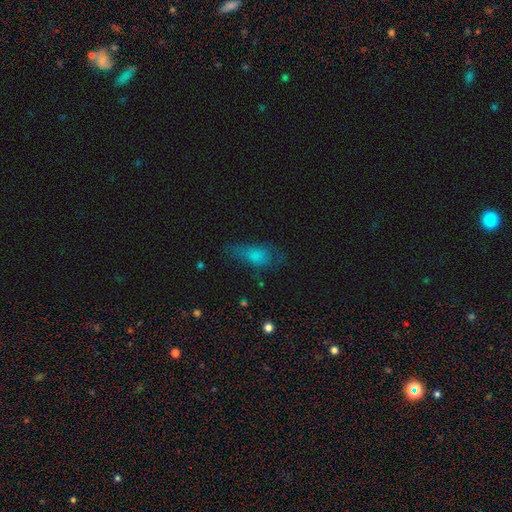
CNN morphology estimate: A smooth galaxy with no disk features (65%) that is in between round and cigar-shaped (71%). Merging: none (41%).